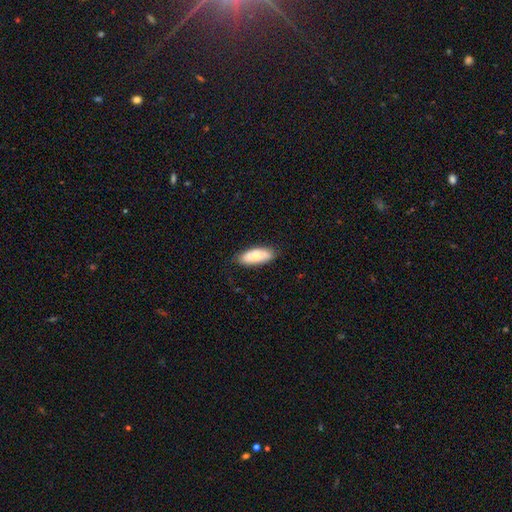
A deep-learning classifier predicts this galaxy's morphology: The model was most divided on "smooth or featured": smooth: 73%, featured or disk: 21%, star or artifact: 6%. More confident: merging — none (81%); how rounded — in between (78%).